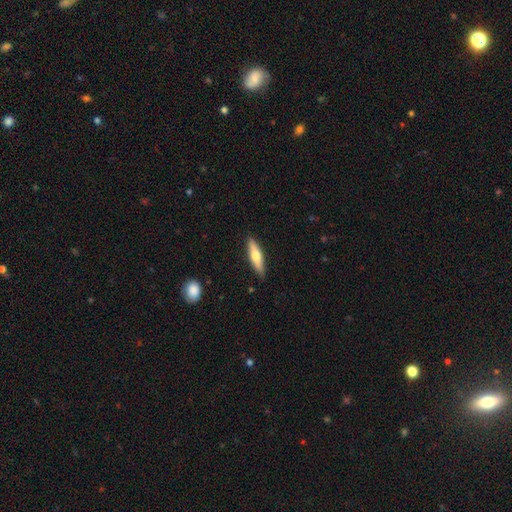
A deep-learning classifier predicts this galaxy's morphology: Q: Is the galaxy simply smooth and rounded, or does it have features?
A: smooth — 54%.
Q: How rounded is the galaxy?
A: cigar-shaped — 70%.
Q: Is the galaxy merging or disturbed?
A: none — 87%.